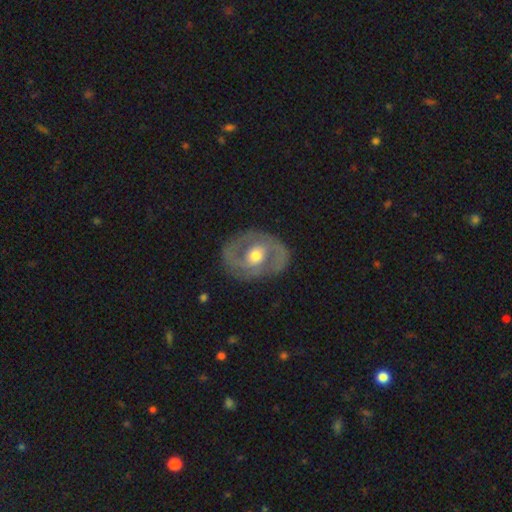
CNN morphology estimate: A featured or disk galaxy (78%) with no bar (52%), 2 (82%) medium (47%) spiral arms (72%) and a moderate central bulge (74%).

Vote fractions:
- Smooth or featured? featured or disk: 78% / smooth: 17% / star or artifact: 5%
- Edge-on disk? no: 96% / yes: 4%
- Bar? no: 52% / weak: 34% / strong: 14%
- Spiral arms? yes: 72% / no: 28%
- Spiral winding? medium: 47% / tight: 33% / loose: 20%
- Spiral arm count? 2: 82% / can't tell: 9% / 1: 3% / 3: 3% / 4: 1% / more than 4: 1%
- Bulge size? moderate: 74% / small: 12% / large: 11% / dominant: 1% / none: 1%
- Merging? none: 79% / minor disturbance: 13% / major disturbance: 6% / merger: 1%